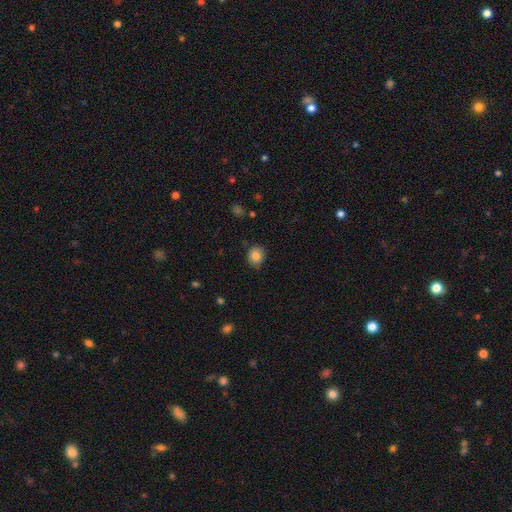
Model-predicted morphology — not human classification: smooth_or_featured: smooth (p=0.85) [alt: star or artifact p=0.09]
how_rounded: round (p=0.72) [alt: in between p=0.27]
merging: none (p=0.82) [alt: minor disturbance p=0.14]